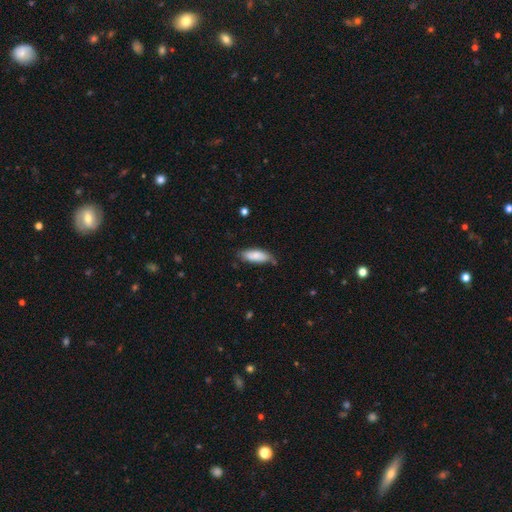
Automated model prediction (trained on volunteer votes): The model was most divided on "merging": none: 64%, minor disturbance: 28%, major disturbance: 5%, merger: 3%. More confident: smooth or featured — smooth (81%); how rounded — in between (71%).